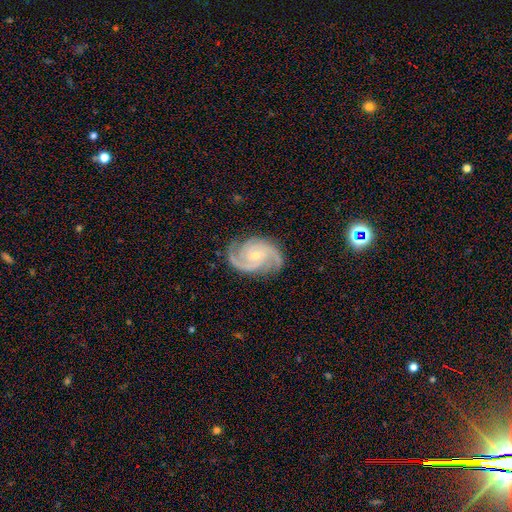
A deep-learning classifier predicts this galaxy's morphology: Smooth or featured? Predicted: featured or disk (p=0.93). Edge-on disk? Predicted: no (p=0.98). Bar? Predicted: no (p=0.62). Spiral arms? Predicted: yes (p=0.99). Spiral winding? Predicted: tight (p=0.49). Spiral arm count? Predicted: 3 (p=0.42). Bulge size? Predicted: small (p=0.67). Merging? Predicted: none (p=0.80).